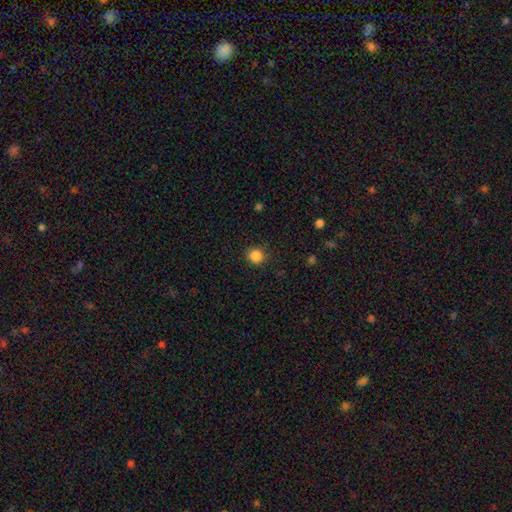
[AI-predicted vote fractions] smooth 86%, star or artifact 11%, featured or disk 3%. Down the decision tree: how rounded — round (90%); merging — none (89%).